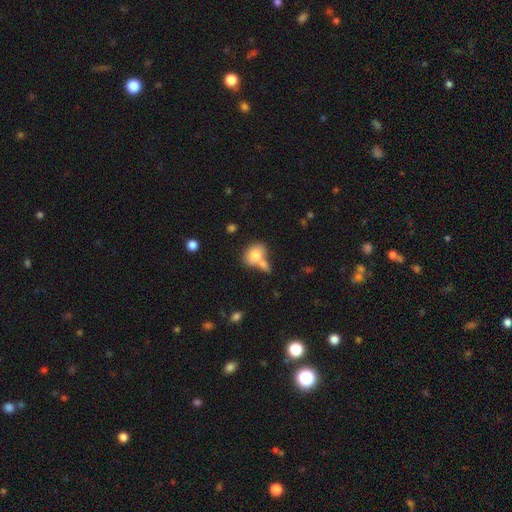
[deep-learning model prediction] The model was most divided on "merging": merger: 44%, none: 37%, minor disturbance: 13%, major disturbance: 6%. More confident: smooth or featured — smooth (81%); how rounded — in between (69%).